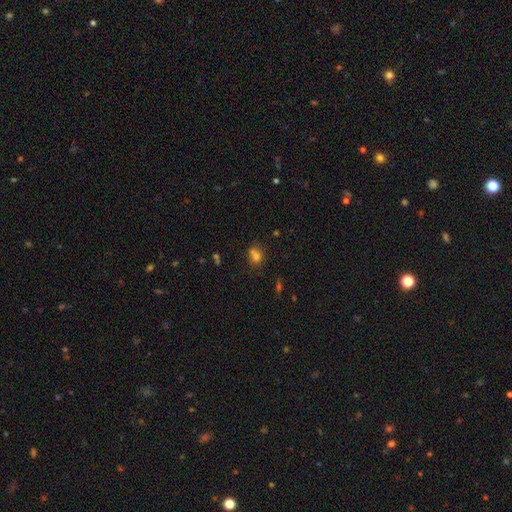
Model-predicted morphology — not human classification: smooth 70%, star or artifact 18%, featured or disk 13%. Down the decision tree: how rounded — round (58%); merging — none (45%).